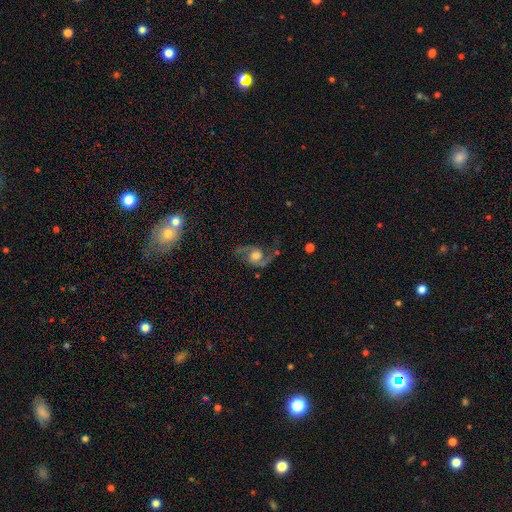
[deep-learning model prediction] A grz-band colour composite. It shows a featured or disk galaxy (86%) with no bar (66%), 2 (92%) loose (47%) spiral arms (96%) and a moderate central bulge (63%). Merging: none (68%).